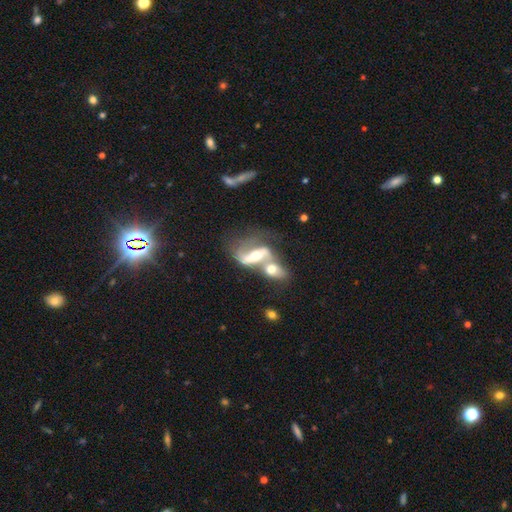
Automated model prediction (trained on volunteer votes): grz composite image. It shows a featured or disk galaxy (69%) with a weak bar (34%, tied with strong), spiral arms (74%) and a moderate central bulge (60%). Merging: merger (72%).